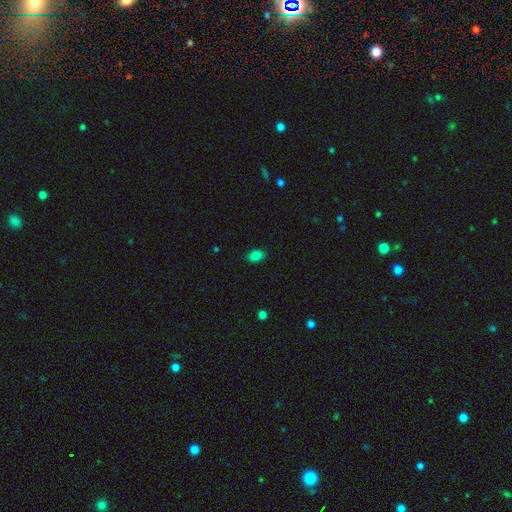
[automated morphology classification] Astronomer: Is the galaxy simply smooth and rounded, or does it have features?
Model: smooth — 84%.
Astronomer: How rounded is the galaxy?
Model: in between — 78%.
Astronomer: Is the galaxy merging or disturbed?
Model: none — 87%.